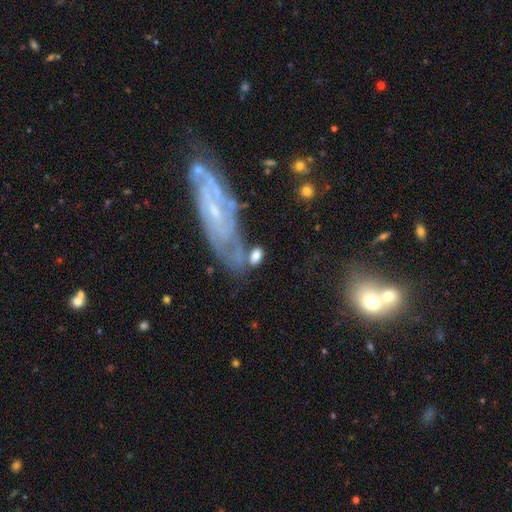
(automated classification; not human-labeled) Smooth or featured?
  - smooth: 69% *
  - featured or disk: 24%
  - star or artifact: 8%
How rounded?
  - in between: 85% *
  - round: 8%
  - cigar-shaped: 7%
Merging?
  - none: 45% *
  - merger: 21%
  - minor disturbance: 19%
  - major disturbance: 15%